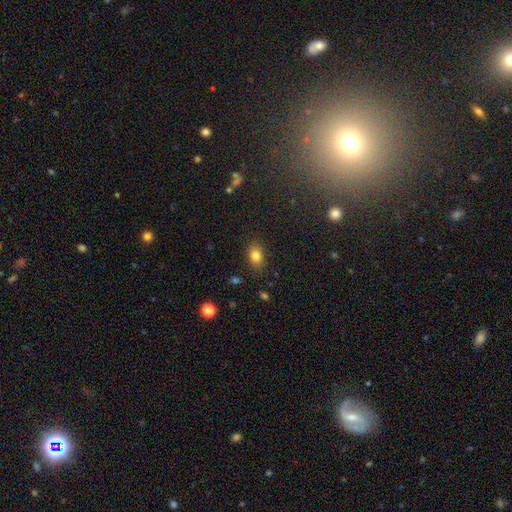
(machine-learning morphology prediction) This is clearly a smooth galaxy (81%). How rounded: likely in between (78%). Merging: clearly none (84%).